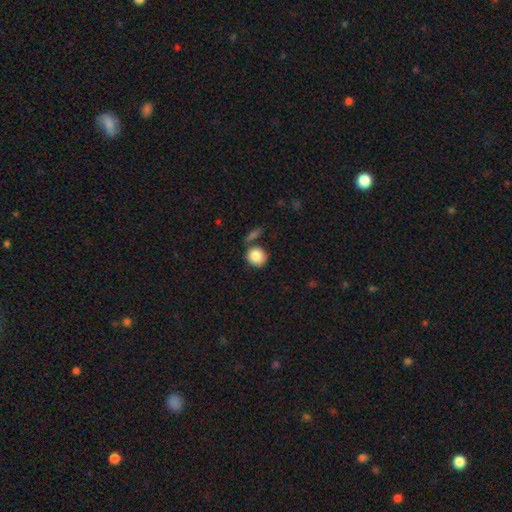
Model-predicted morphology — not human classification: smooth_or_featured: smooth (p=0.86) [alt: star or artifact p=0.07]
how_rounded: round (p=0.83) [alt: in between p=0.15]
merging: none (p=0.63) [alt: merger p=0.17]